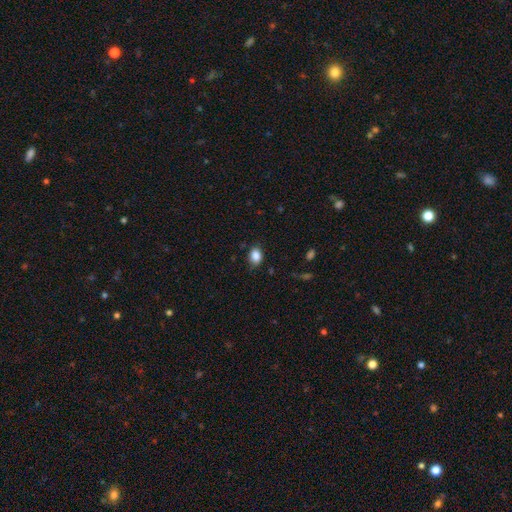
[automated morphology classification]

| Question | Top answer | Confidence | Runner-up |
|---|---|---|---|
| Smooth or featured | smooth | 87% | star or artifact (9%) |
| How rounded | in between | 68% | round (31%) |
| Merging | none | 78% | minor disturbance (17%) |